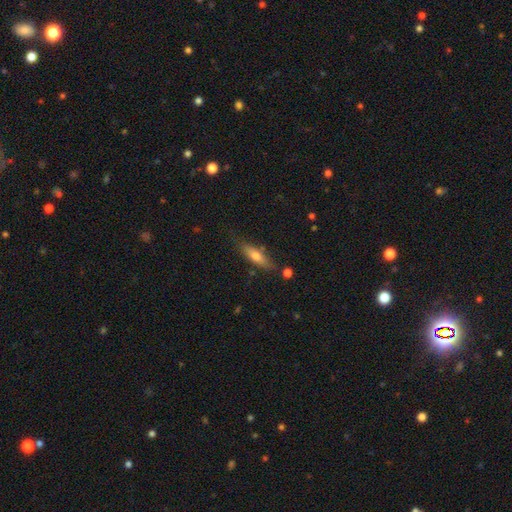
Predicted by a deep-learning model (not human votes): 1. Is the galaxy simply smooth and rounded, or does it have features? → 57% smooth, 36% featured or disk, 7% star or artifact.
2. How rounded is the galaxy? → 68% cigar-shaped, 30% in between, 2% round.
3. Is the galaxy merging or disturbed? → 78% none, 15% minor disturbance, 4% merger, 3% major disturbance.